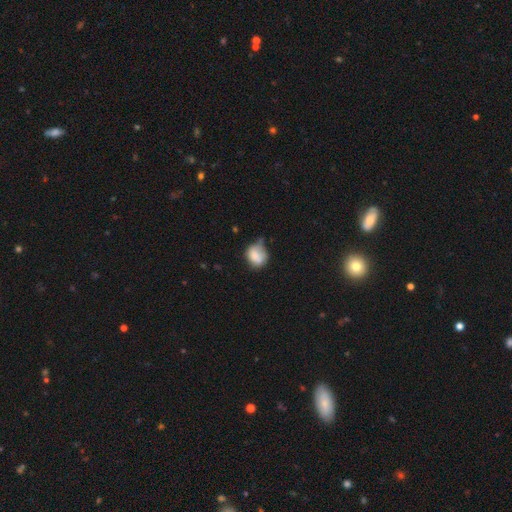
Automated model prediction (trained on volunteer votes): smooth-or-featured: smooth: 77% | featured or disk: 14% | star or artifact: 9%
  how-rounded: round: 56% | in between: 43% | cigar-shaped: 1%
  merging: minor disturbance: 39% | none: 33% | major disturbance: 16% | merger: 12%